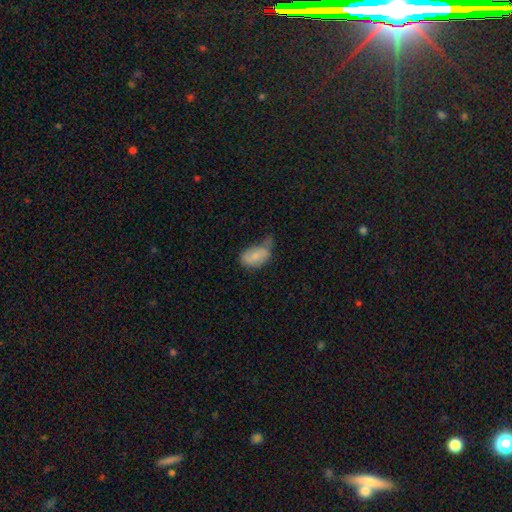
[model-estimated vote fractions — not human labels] Q: Smooth or featured?
A: smooth (72%); runner-up: featured or disk (21%)
Q: How rounded?
A: in between (91%); runner-up: round (8%)
Q: Merging?
A: minor disturbance (40%); runner-up: none (28%)